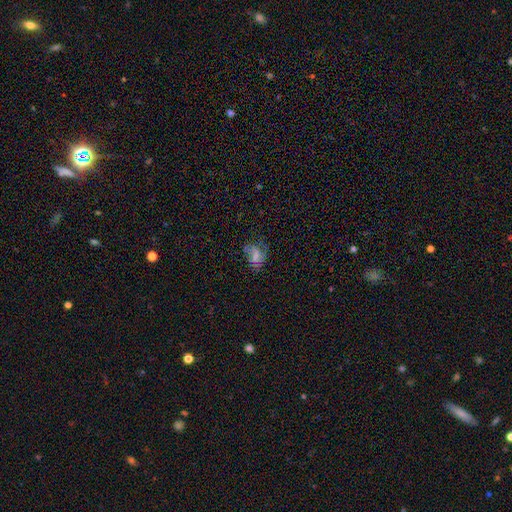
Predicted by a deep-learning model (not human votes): smooth 48%, featured or disk 29%, star or artifact 23%. Down the decision tree: merging — none (55%).